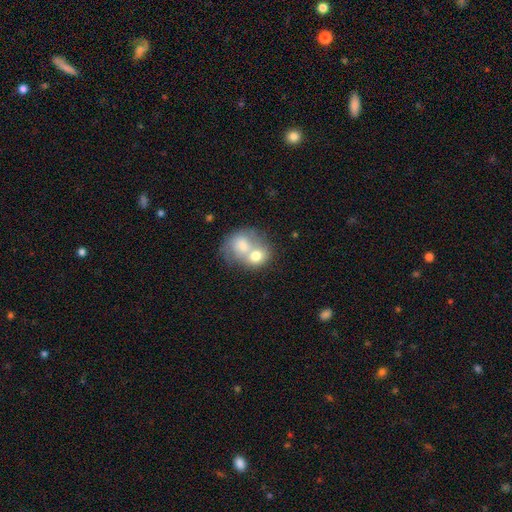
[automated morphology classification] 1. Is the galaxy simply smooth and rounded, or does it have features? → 66% smooth, 27% featured or disk, 7% star or artifact.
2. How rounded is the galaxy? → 59% round, 40% in between, 1% cigar-shaped.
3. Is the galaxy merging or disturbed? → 74% merger, 15% none, 6% minor disturbance, 5% major disturbance.